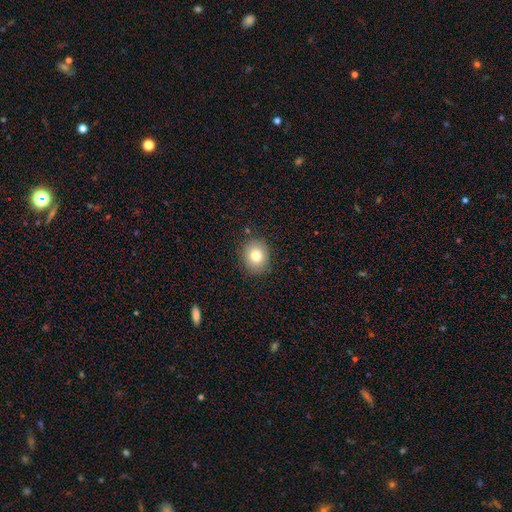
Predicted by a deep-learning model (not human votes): Smooth or featured? Predicted: smooth (p=0.78). How rounded? Predicted: round (p=0.68). Merging? Predicted: none (p=0.87).